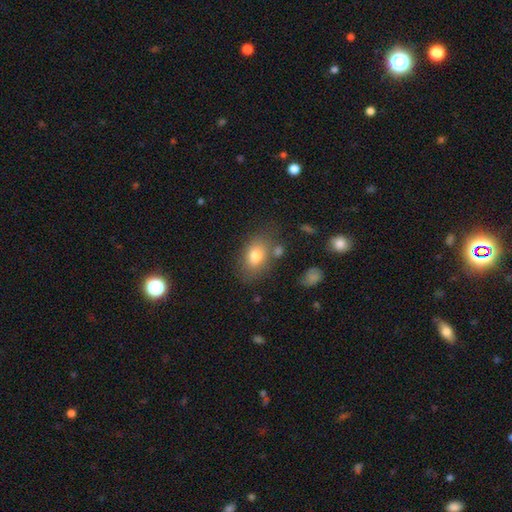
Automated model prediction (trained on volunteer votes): This appears to be a smooth galaxy with no disk features (78%) that is in between round and cigar-shaped (78%). Merging: none (69%).